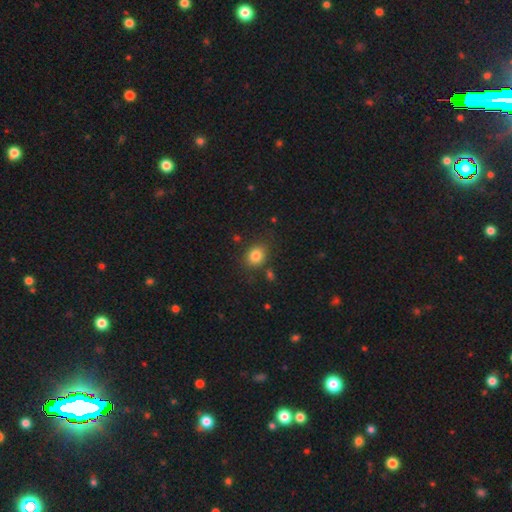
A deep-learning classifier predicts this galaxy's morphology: Smooth or featured: smooth — 82% (star or artifact — 11%)
How rounded: round — 54% (in between — 45%)
Merging: none — 80% (minor disturbance — 12%)